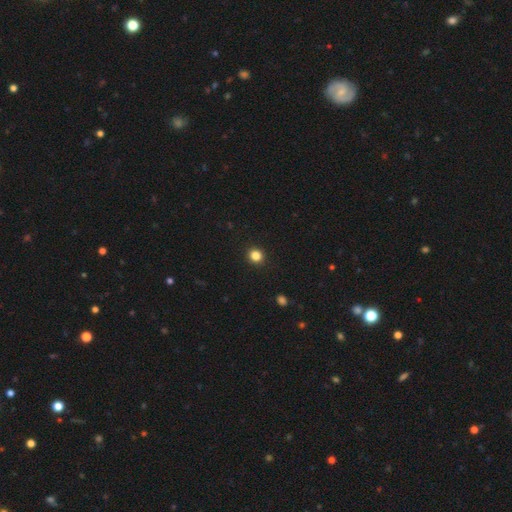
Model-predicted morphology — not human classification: Smooth or featured: smooth — 84% (star or artifact — 12%)
How rounded: round — 89% (in between — 10%)
Merging: none — 93% (minor disturbance — 5%)